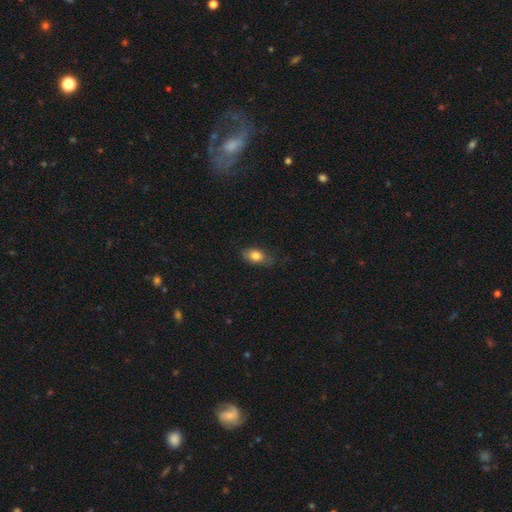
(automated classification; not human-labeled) Smooth or featured? smooth (79%)
How rounded? in between (83%)
Merging? none (71%)